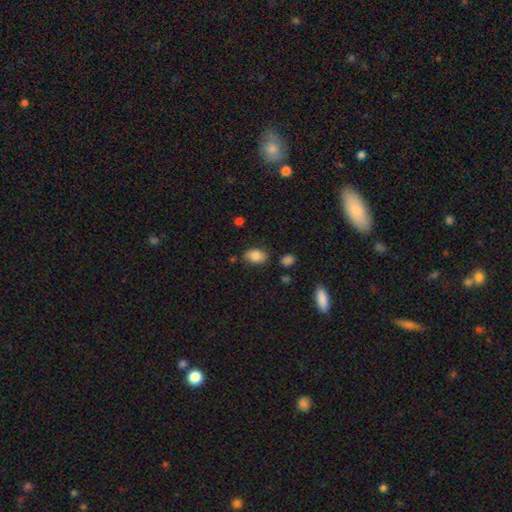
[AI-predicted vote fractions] Morphology: type=smooth (85%); roundness=in between (85%); merging=none (76%).